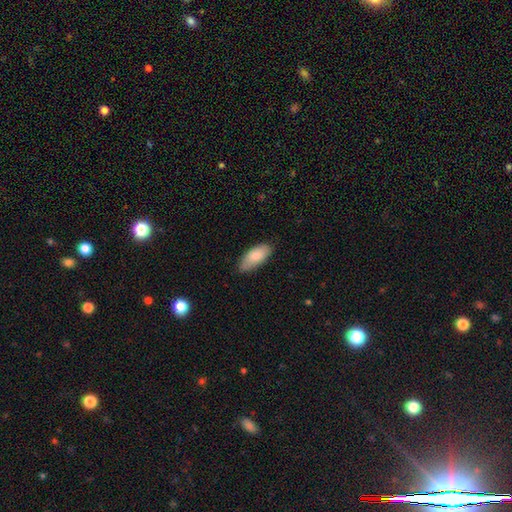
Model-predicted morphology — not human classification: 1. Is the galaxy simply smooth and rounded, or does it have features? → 83% smooth, 11% featured or disk, 6% star or artifact.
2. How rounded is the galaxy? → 87% in between, 11% cigar-shaped, 2% round.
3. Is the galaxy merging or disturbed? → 78% none, 19% minor disturbance, 3% major disturbance, 1% merger.